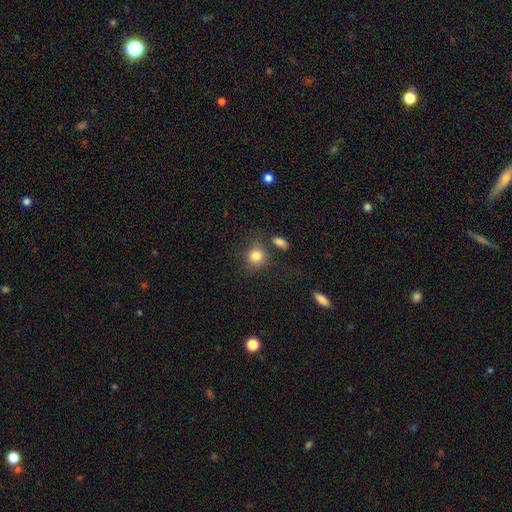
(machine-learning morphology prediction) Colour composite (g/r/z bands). It shows a smooth galaxy with no disk features (81%) that is round (77%). Merging: none (71%).